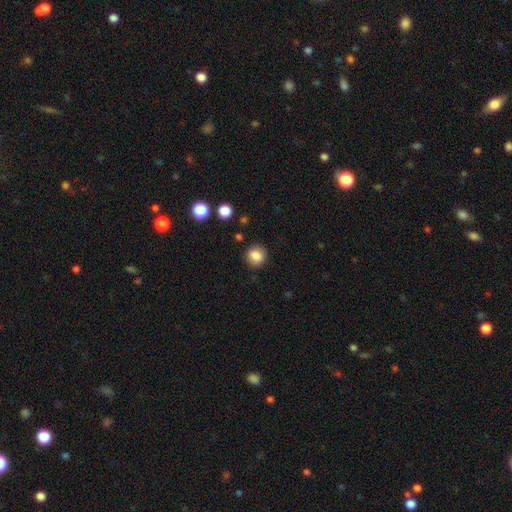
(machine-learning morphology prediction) A smooth galaxy with no disk features (85%) that is round (85%).

Vote fractions:
- Smooth or featured? smooth: 85% / star or artifact: 10% / featured or disk: 5%
- How rounded? round: 85% / in between: 14% / cigar-shaped: 1%
- Merging? none: 88% / minor disturbance: 8% / major disturbance: 2% / merger: 2%